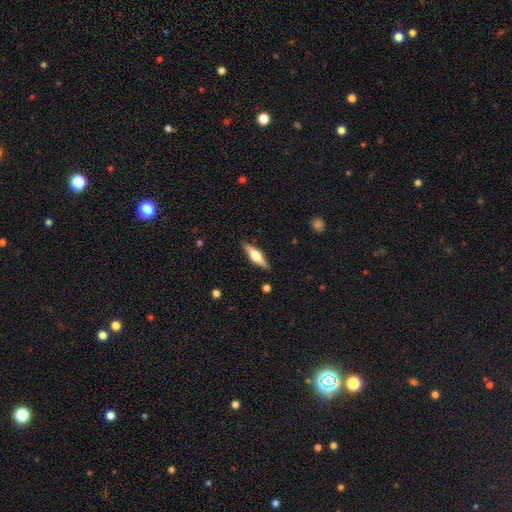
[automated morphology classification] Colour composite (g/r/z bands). It shows a featured or disk galaxy (64%) viewed edge-on (96%) with a rounded central bulge (93%). Merging: none (89%).